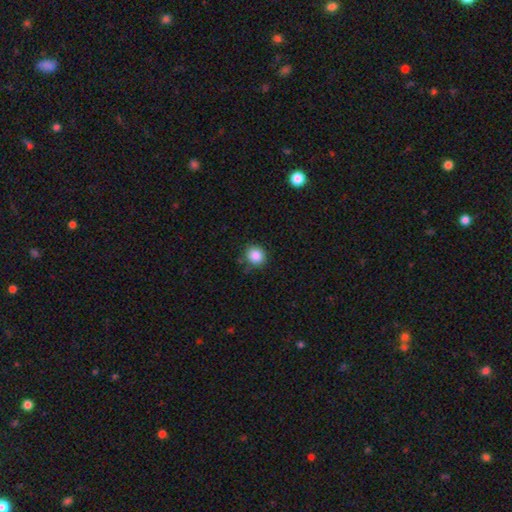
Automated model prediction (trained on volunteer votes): Q: Smooth or featured?
A: smooth (86%); runner-up: star or artifact (10%)
Q: How rounded?
A: round (89%); runner-up: in between (10%)
Q: Merging?
A: none (83%); runner-up: minor disturbance (11%)